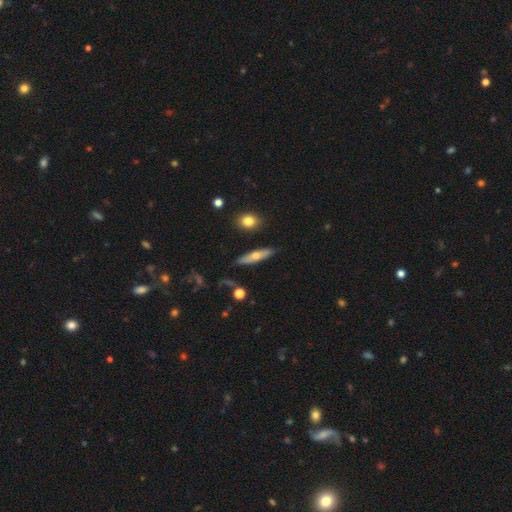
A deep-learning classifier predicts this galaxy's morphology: Q: Smooth or featured?
A: smooth (49%); runner-up: featured or disk (44%)
Q: Merging?
A: none (85%); runner-up: minor disturbance (10%)